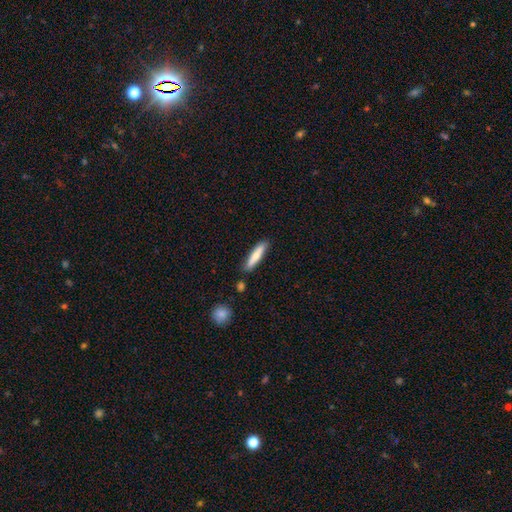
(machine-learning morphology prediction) This is likely a smooth galaxy (66%). How rounded: clearly cigar-shaped (82%). Merging: clearly none (83%).